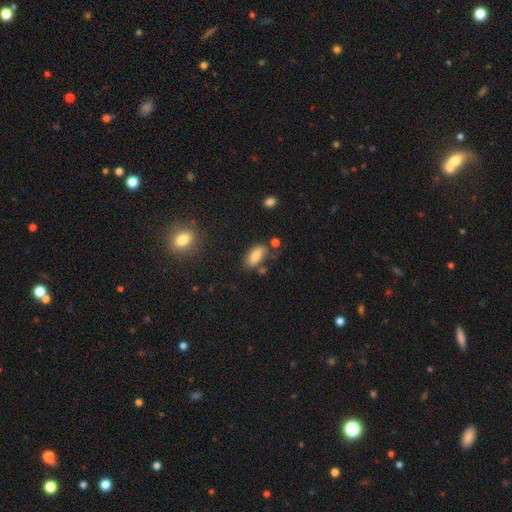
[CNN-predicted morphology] Q: Smooth or featured?
A: smooth (80%); runner-up: featured or disk (11%)
Q: How rounded?
A: in between (89%); runner-up: cigar-shaped (8%)
Q: Merging?
A: none (69%); runner-up: minor disturbance (18%)